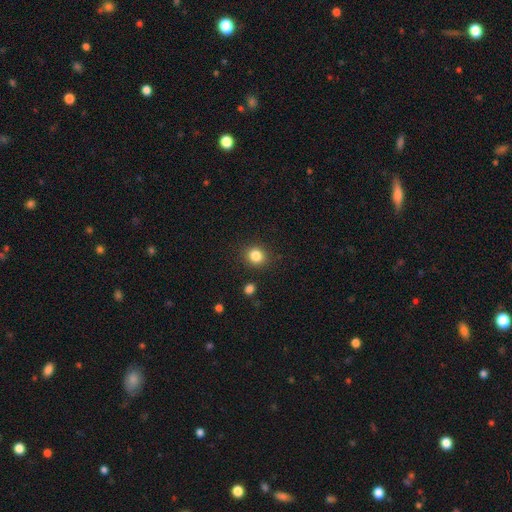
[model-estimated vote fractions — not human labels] This is clearly a smooth galaxy (84%). How rounded: clearly round (80%). Merging: clearly none (88%).